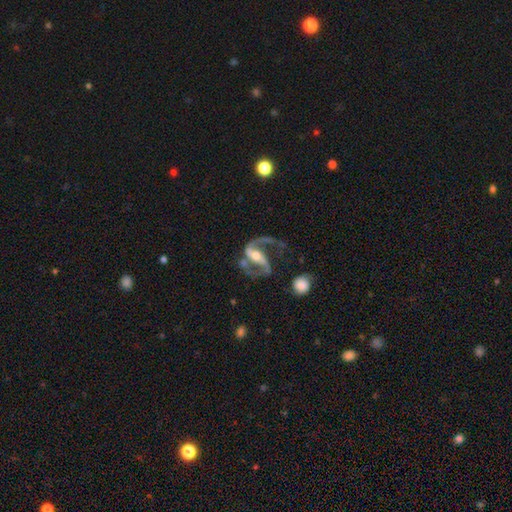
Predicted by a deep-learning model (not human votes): Overall: featured or disk (91%). Edge-on disk: no (97%). Bar: strong (56%; weak 28%). Spiral arms: yes (97%). Spiral arm count: 2 (90%). Spiral winding: loose (46%; medium 44%). Bulge size: moderate (59%; small 32%). Merging: none (55%; major disturbance 22%).